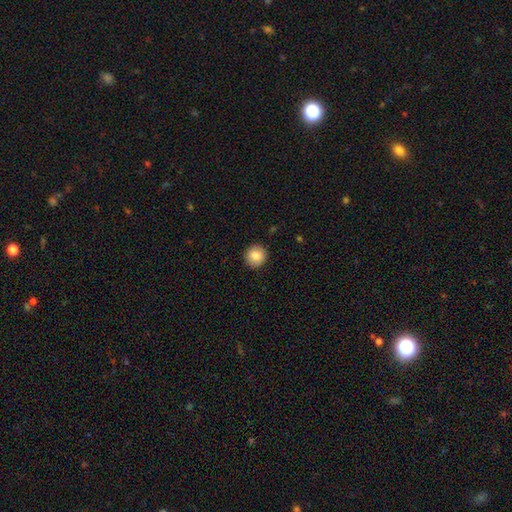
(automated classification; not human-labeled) This is clearly a smooth galaxy (85%). How rounded: clearly round (93%). Merging: clearly none (91%).